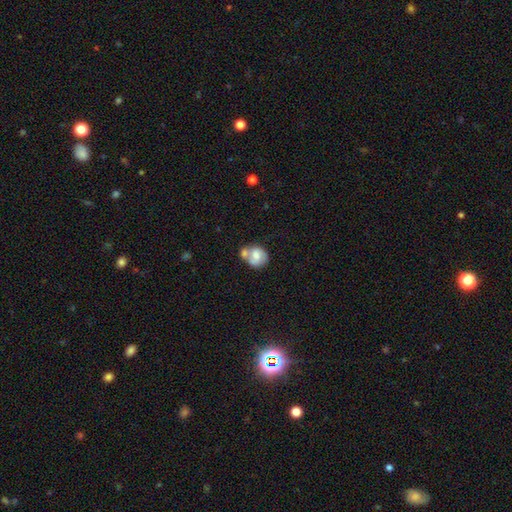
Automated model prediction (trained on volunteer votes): Smooth or featured?
  - smooth: 56% *
  - featured or disk: 36%
  - star or artifact: 8%
How rounded?
  - round: 68% *
  - in between: 31%
  - cigar-shaped: 1%
Merging?
  - merger: 43% *
  - none: 33%
  - minor disturbance: 17%
  - major disturbance: 8%